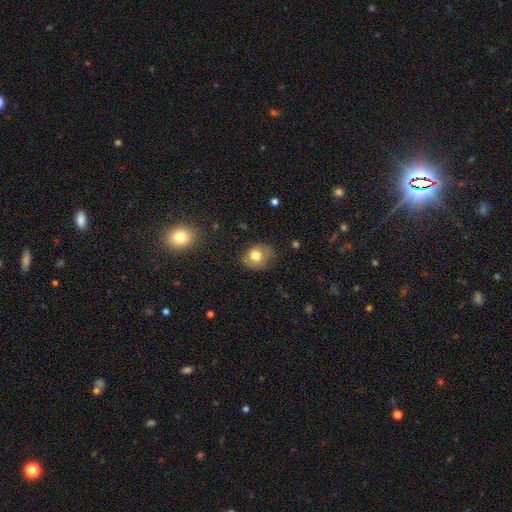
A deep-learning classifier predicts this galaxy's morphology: Q: Smooth or featured?
A: smooth (75%); runner-up: featured or disk (15%)
Q: How rounded?
A: round (58%); runner-up: in between (41%)
Q: Merging?
A: none (65%); runner-up: minor disturbance (26%)